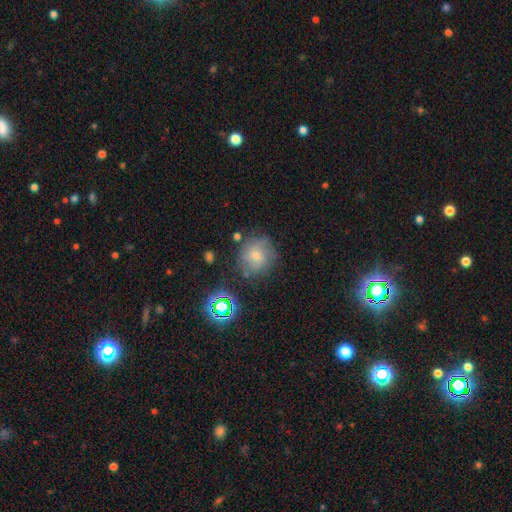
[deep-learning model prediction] Smooth or featured? smooth (39%, tied with featured or disk)
Merging? none (75%)